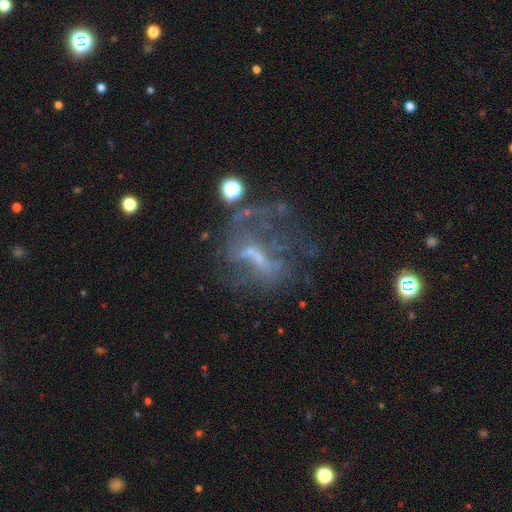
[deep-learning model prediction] Smooth or featured? featured or disk (61%)
Edge-on disk? no (95%)
Bar? no (49%)
Spiral arms? no (66%)
Bulge size? none (43%)
Merging? none (37%)